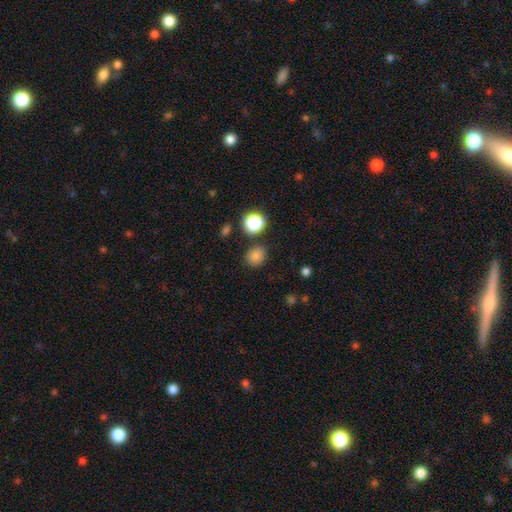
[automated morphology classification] A smooth galaxy with no disk features (81%) that is round (80%).

Vote fractions:
- Smooth or featured? smooth: 81% / star or artifact: 14% / featured or disk: 5%
- How rounded? round: 80% / in between: 19% / cigar-shaped: 1%
- Merging? none: 84% / minor disturbance: 9% / merger: 4% / major disturbance: 3%